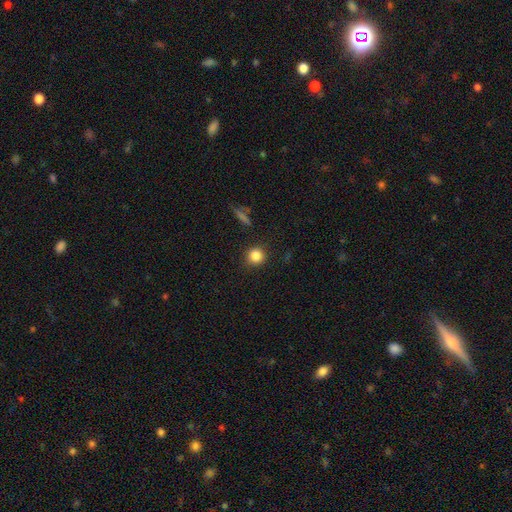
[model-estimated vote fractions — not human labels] This appears to be a smooth galaxy with no disk features (84%) that is round (92%). Merging: none (88%).